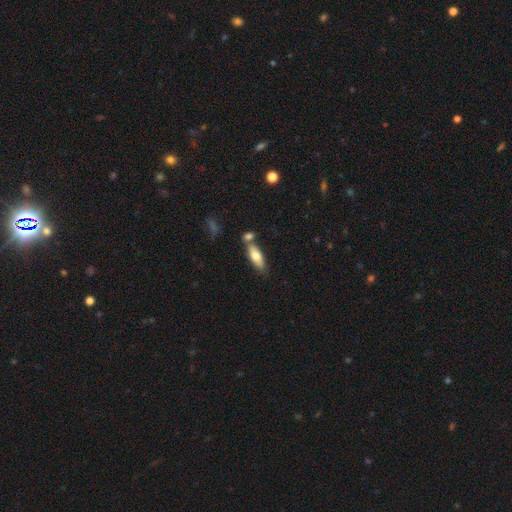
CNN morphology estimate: This appears to be a smooth galaxy with no disk features (74%) that is in between round and cigar-shaped (70%). Merging: none (57%).